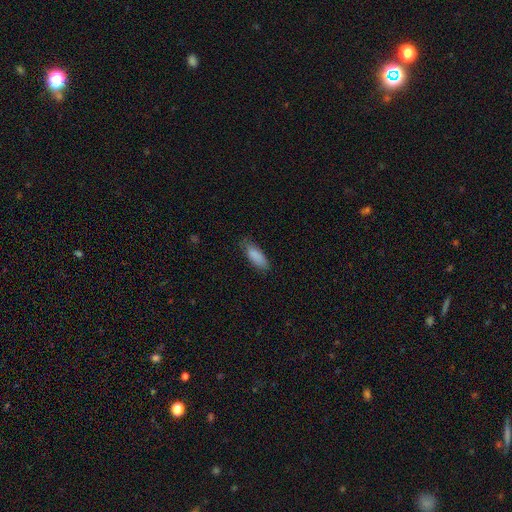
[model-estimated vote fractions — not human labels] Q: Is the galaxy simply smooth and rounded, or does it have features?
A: smooth — 87%.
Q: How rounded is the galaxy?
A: in between — 69%.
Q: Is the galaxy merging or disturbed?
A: none — 72%.